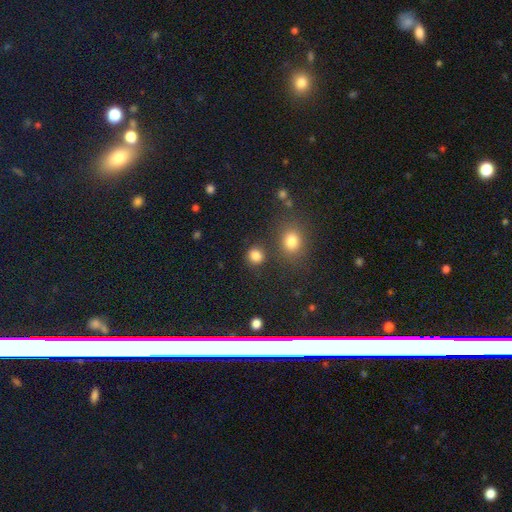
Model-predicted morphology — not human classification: smooth-or-featured: smooth: 83% | star or artifact: 13% | featured or disk: 4%
  how-rounded: round: 85% | in between: 14% | cigar-shaped: 1%
  merging: none: 82% | minor disturbance: 8% | merger: 7% | major disturbance: 3%